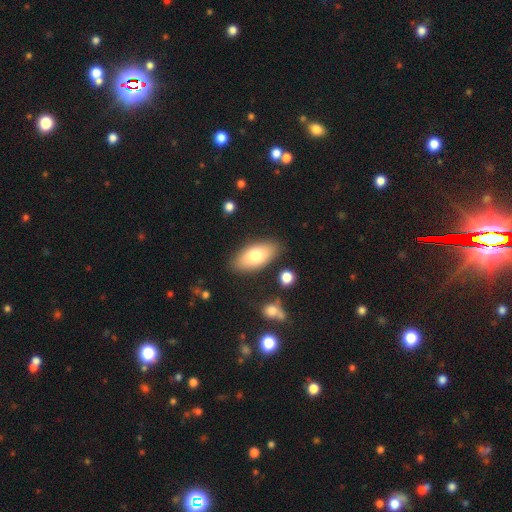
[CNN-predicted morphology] type=smooth (74%); roundness=in between (90%); merging=none (84%).